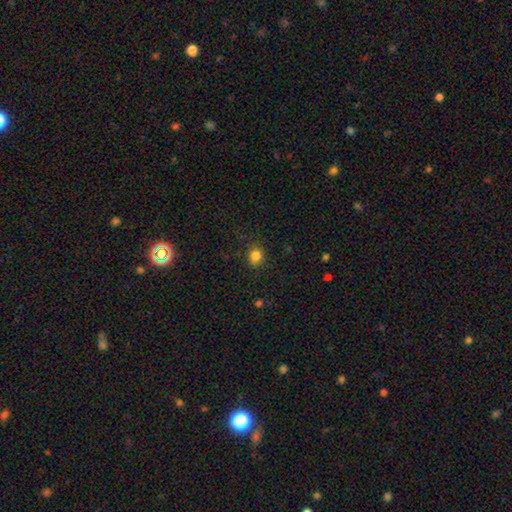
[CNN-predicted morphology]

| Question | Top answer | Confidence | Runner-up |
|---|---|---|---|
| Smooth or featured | smooth | 83% | star or artifact (12%) |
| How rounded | round | 67% | in between (32%) |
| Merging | none | 84% | minor disturbance (12%) |